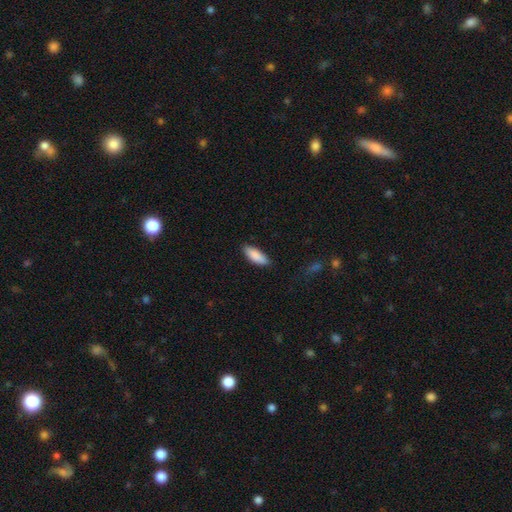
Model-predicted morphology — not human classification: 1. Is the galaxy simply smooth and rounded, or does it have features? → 89% smooth, 6% featured or disk, 6% star or artifact.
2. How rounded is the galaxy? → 72% in between, 27% cigar-shaped, 2% round.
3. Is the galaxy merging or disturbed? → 84% none, 13% minor disturbance, 2% major disturbance, 1% merger.